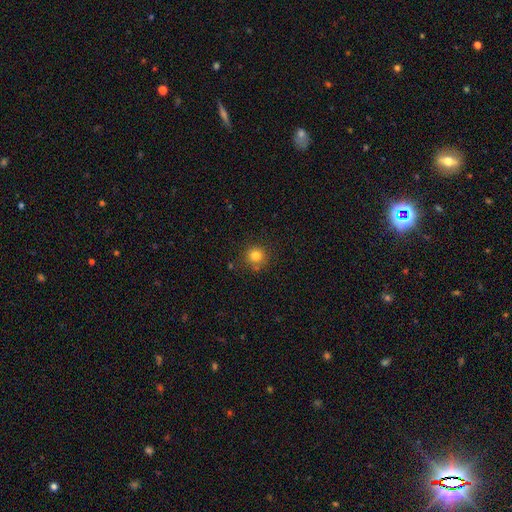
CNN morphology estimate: The model was most divided on "smooth or featured": smooth: 81%, star or artifact: 13%, featured or disk: 6%. More confident: how rounded — round (93%); merging — none (83%).